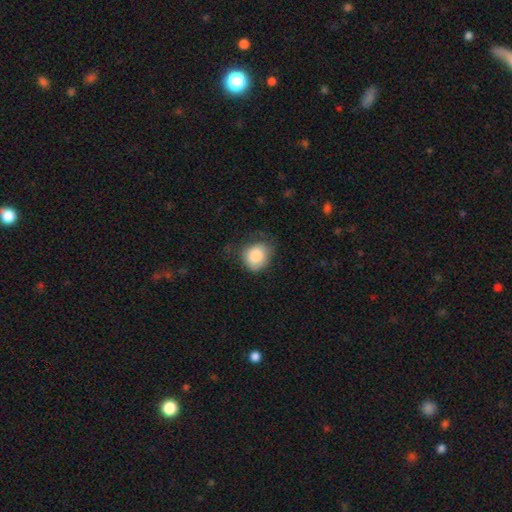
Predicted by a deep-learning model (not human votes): Smooth or featured? smooth (83%)
How rounded? round (64%)
Merging? none (54%)